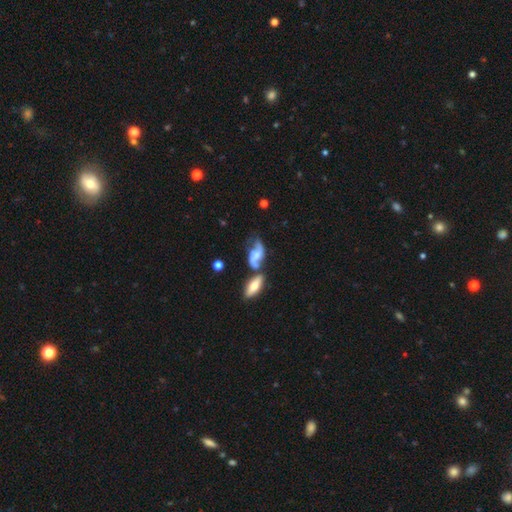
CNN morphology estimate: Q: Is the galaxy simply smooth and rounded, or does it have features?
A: featured or disk — 70%.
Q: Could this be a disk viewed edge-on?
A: no — 93%.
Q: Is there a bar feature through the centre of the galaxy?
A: no — 54%.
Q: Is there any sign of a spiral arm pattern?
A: yes — 91%.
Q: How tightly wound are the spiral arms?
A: loose — 57%.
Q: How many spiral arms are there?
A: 2 — 86%.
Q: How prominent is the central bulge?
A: small — 38%.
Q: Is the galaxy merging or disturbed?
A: none — 36%.